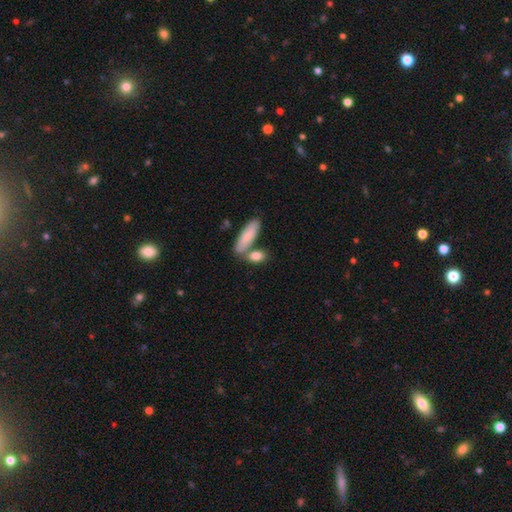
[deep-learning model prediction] A smooth galaxy with no disk features (82%) that is in between round and cigar-shaped (67%). Merging: none (57%).